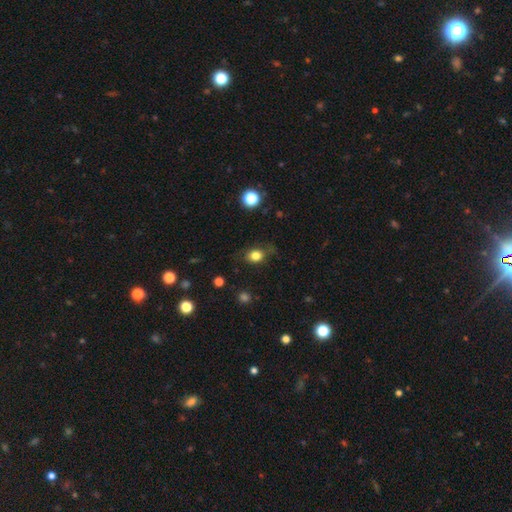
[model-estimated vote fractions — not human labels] smooth 81%, star or artifact 11%, featured or disk 7%. Down the decision tree: how rounded — in between (51%); merging — none (73%).